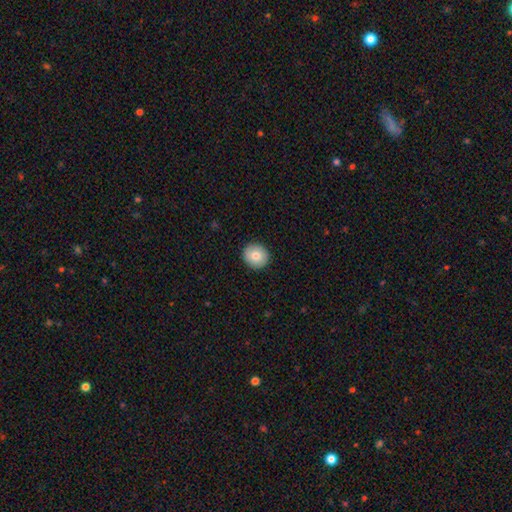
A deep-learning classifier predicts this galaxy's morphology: A smooth galaxy with no disk features (81%) that is round (90%).

Vote fractions:
- Smooth or featured? smooth: 81% / featured or disk: 11% / star or artifact: 8%
- How rounded? round: 90% / in between: 9% / cigar-shaped: 1%
- Merging? none: 92% / minor disturbance: 5% / major disturbance: 2% / merger: 1%